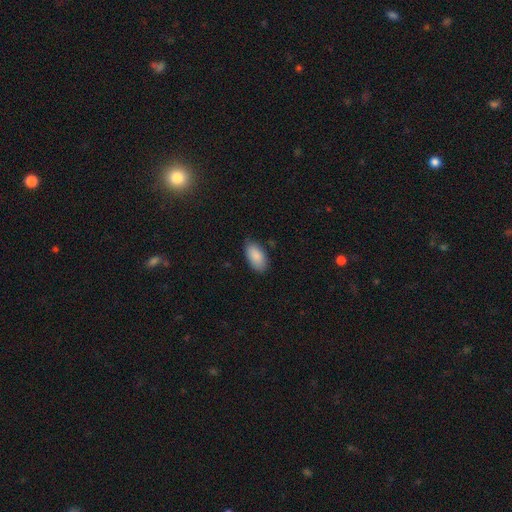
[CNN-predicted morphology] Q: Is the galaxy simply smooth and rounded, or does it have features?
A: smooth — 89%.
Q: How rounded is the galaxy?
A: in between — 94%.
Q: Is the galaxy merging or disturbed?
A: none — 78%.